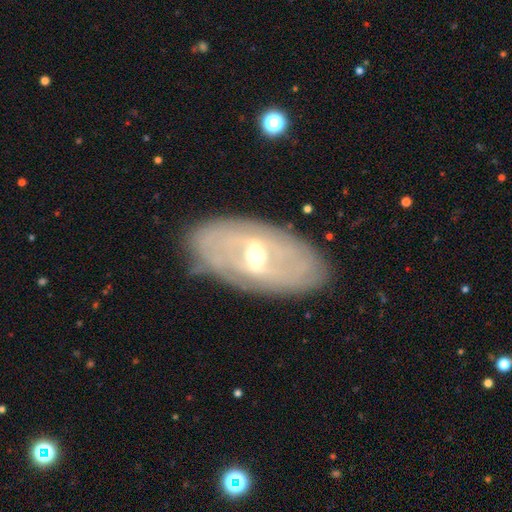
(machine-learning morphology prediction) This appears to be a featured or disk galaxy (81%) with a strong bar (48%), tight (60%) spiral arms (74%) and a moderate central bulge (64%). Merging: none (80%).